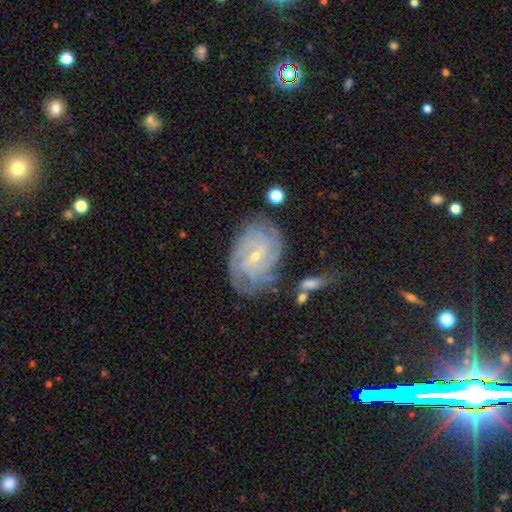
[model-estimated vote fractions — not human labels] Smooth or featured?
  - featured or disk: 82% *
  - smooth: 11%
  - star or artifact: 7%
Edge-on disk?
  - no: 96% *
  - yes: 4%
Bar?
  - no: 47% *
  - weak: 43%
  - strong: 10%
Spiral arms?
  - yes: 94% *
  - no: 6%
Spiral winding?
  - tight: 68% *
  - medium: 25%
  - loose: 7%
Spiral arm count?
  - can't tell: 34% *
  - 4: 25%
  - 3: 14%
  - 2: 11%
  - more than 4: 10%
  - 1: 6%
Bulge size?
  - small: 76% *
  - moderate: 21%
  - none: 1%
  - large: 1%
  - dominant: 1%
Merging?
  - none: 73% *
  - minor disturbance: 17%
  - major disturbance: 6%
  - merger: 3%